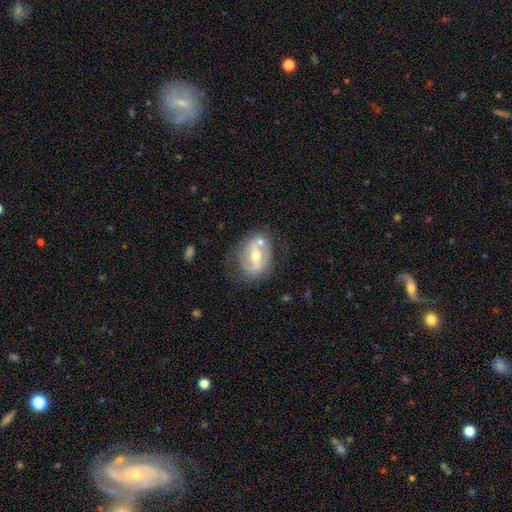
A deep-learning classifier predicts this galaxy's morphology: Smooth or featured? featured or disk (74%)
Edge-on disk? no (96%)
Bar? weak (40%)
Spiral arms? yes (68%)
Bulge size? moderate (69%)
Merging? none (58%)